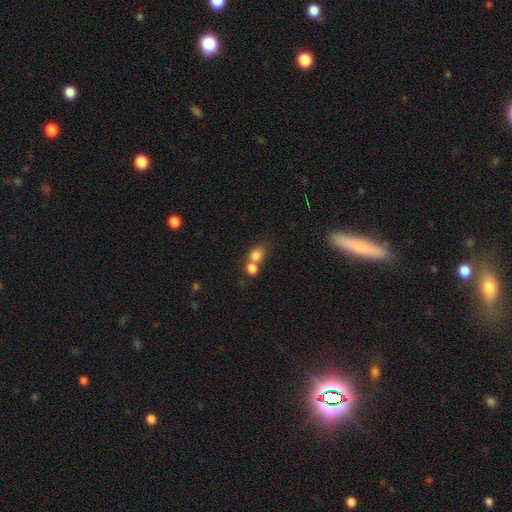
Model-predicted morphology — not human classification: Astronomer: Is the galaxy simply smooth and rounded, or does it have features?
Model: smooth — 79%.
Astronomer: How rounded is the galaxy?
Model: round — 63%.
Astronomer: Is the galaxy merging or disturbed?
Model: merger — 58% (runner-up: none, 33%).